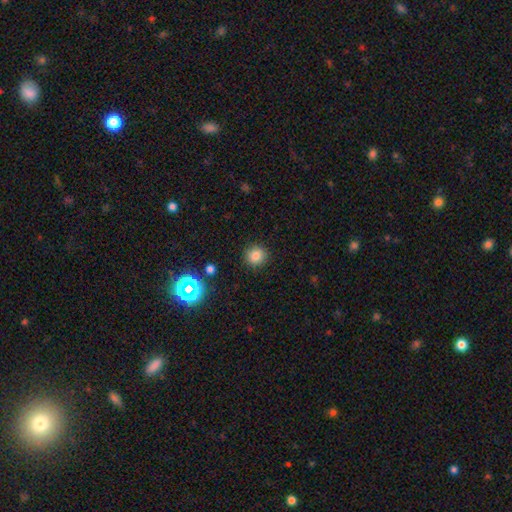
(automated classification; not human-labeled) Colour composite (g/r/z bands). It shows a smooth galaxy with no disk features (81%) that is round (90%). Merging: none (90%).